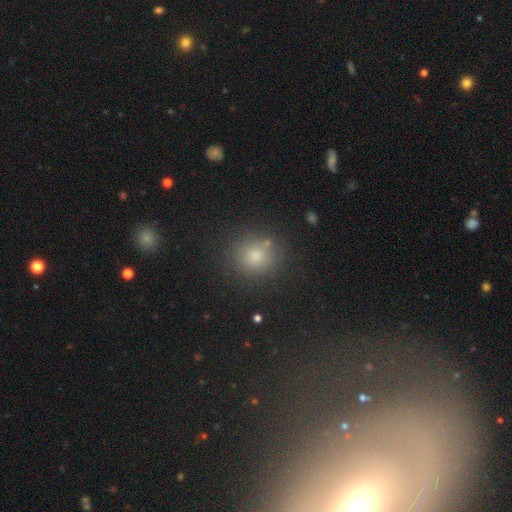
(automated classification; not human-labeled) Q: Smooth or featured?
A: smooth (77%); runner-up: star or artifact (15%)
Q: How rounded?
A: round (87%); runner-up: in between (12%)
Q: Merging?
A: none (79%); runner-up: minor disturbance (10%)